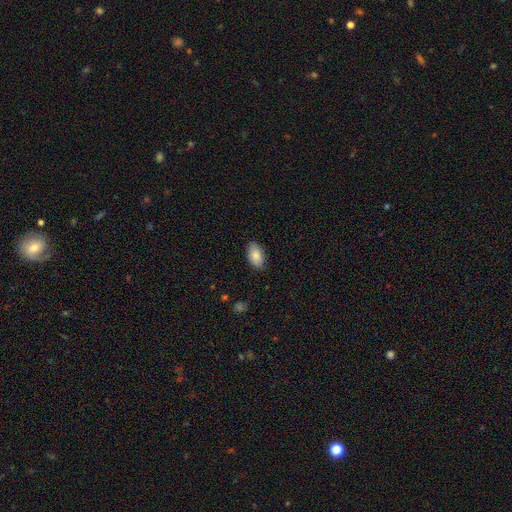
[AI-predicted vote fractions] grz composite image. It shows a smooth galaxy with no disk features (86%) that is in between round and cigar-shaped (94%). Merging: none (83%).